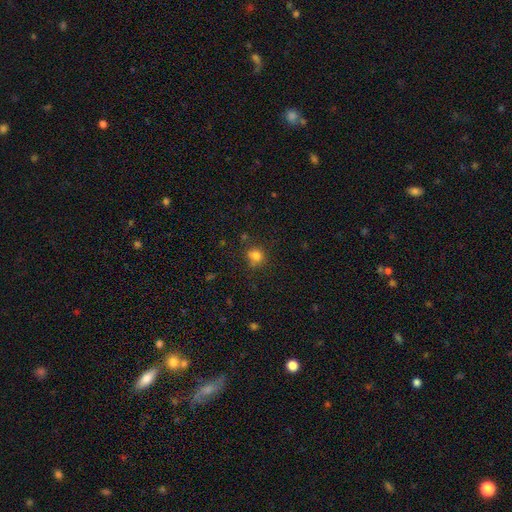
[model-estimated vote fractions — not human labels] Smooth or featured: smooth — 78% (star or artifact — 15%)
How rounded: round — 82% (in between — 17%)
Merging: none — 70% (minor disturbance — 16%)